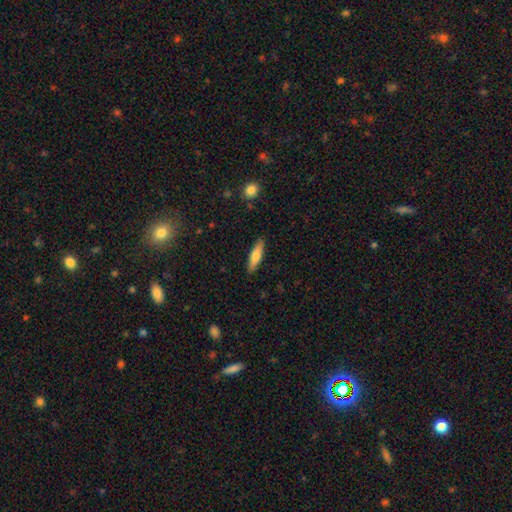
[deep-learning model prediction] smooth_or_featured: smooth (p=0.67) [alt: featured or disk p=0.27]
how_rounded: cigar-shaped (p=0.65) [alt: in between p=0.33]
merging: none (p=0.88) [alt: minor disturbance p=0.09]